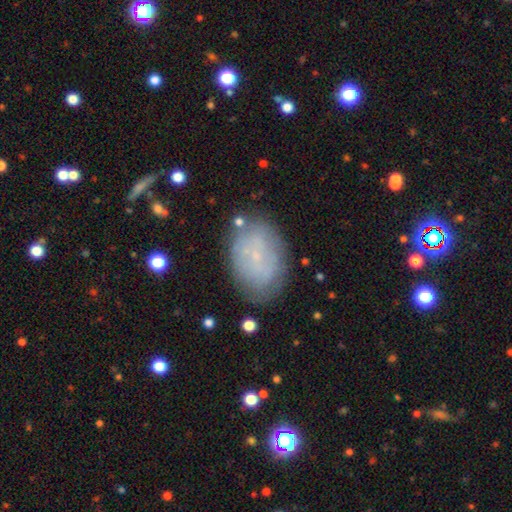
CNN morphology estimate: type=smooth (46%); merging=none (76%).